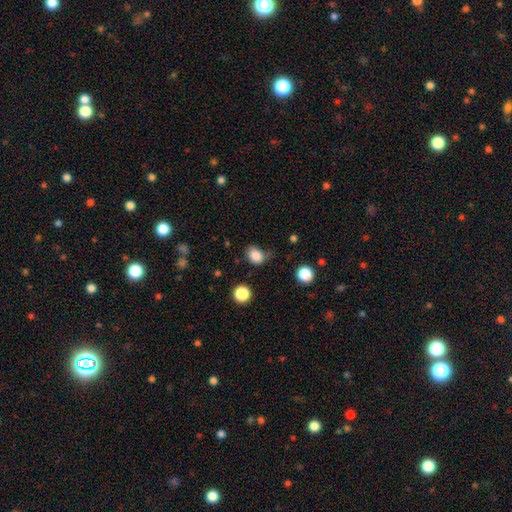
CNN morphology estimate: This appears to be a smooth galaxy with no disk features (84%) that is in between round and cigar-shaped (50%). Merging: none (61%).